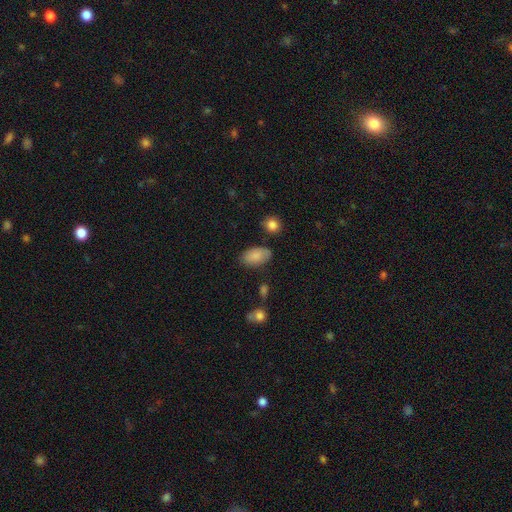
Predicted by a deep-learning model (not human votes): Smooth or featured? Predicted: smooth (p=0.85). How rounded? Predicted: in between (p=0.93). Merging? Predicted: none (p=0.76).